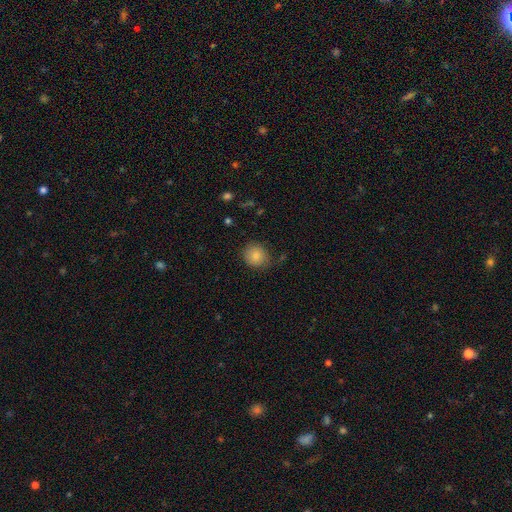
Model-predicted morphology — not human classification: Smooth or featured?
  - smooth: 84% *
  - star or artifact: 9%
  - featured or disk: 7%
How rounded?
  - round: 85% *
  - in between: 14%
  - cigar-shaped: 1%
Merging?
  - none: 78% *
  - minor disturbance: 17%
  - major disturbance: 4%
  - merger: 2%